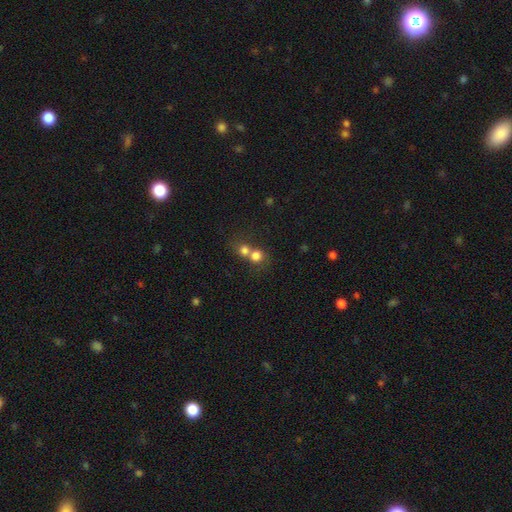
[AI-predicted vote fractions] A smooth galaxy with no disk features (76%) that is round (83%). Merging: merger (61%).